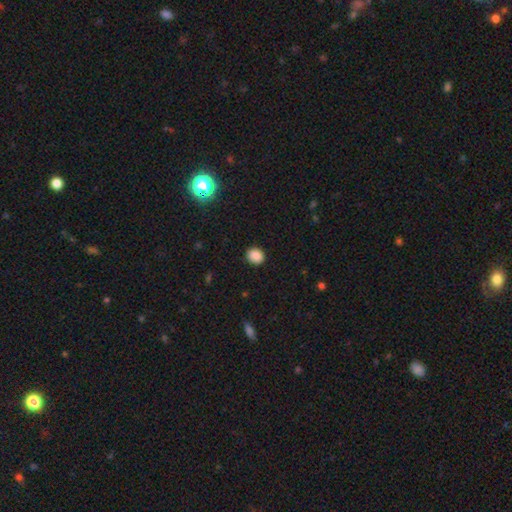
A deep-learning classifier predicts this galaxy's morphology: Q: Smooth or featured?
A: smooth (87%); runner-up: star or artifact (10%)
Q: How rounded?
A: round (67%); runner-up: in between (32%)
Q: Merging?
A: none (89%); runner-up: minor disturbance (8%)